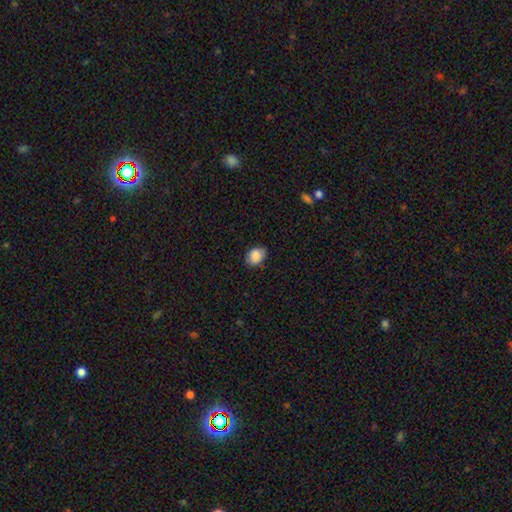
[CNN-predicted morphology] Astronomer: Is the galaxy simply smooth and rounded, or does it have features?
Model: smooth — 88%.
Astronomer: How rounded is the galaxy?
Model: in between — 66%.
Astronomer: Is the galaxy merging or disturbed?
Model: none — 82%.